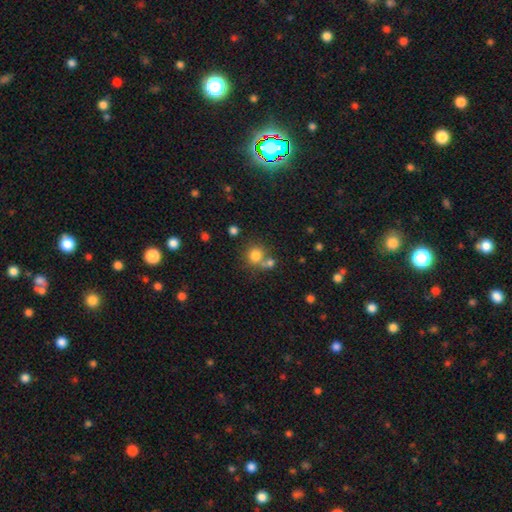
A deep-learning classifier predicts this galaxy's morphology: smooth-or-featured: smooth: 78% | star or artifact: 13% | featured or disk: 9%
  how-rounded: round: 84% | in between: 15% | cigar-shaped: 1%
  merging: none: 57% | merger: 29% | minor disturbance: 9% | major disturbance: 4%